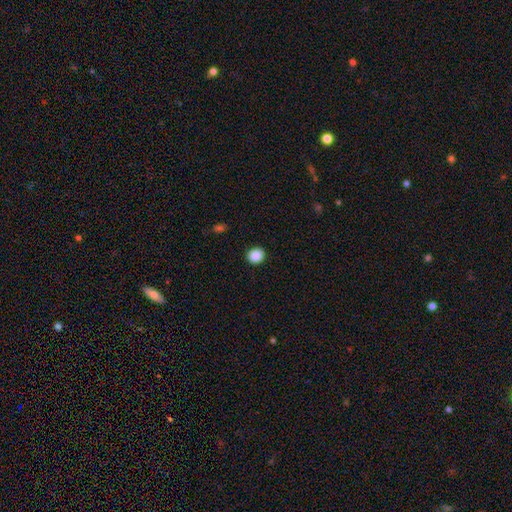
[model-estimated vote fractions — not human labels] A smooth galaxy with no disk features (88%) that is round (87%).

Vote fractions:
- Smooth or featured? smooth: 88% / star or artifact: 9% / featured or disk: 3%
- How rounded? round: 87% / in between: 12% / cigar-shaped: 1%
- Merging? none: 92% / minor disturbance: 5% / major disturbance: 2% / merger: 1%